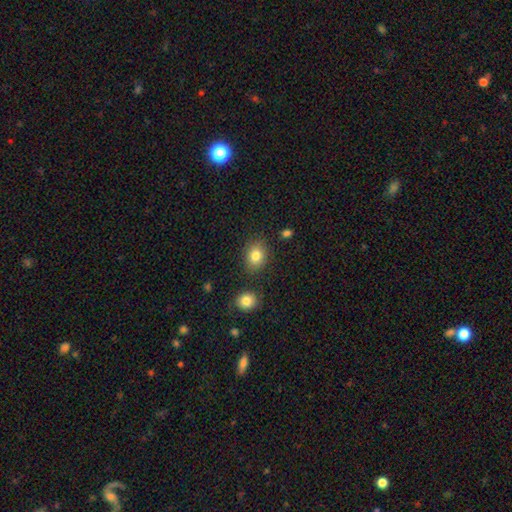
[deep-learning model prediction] This appears to be a smooth galaxy with no disk features (82%) that is in between round and cigar-shaped (53%). Merging: none (83%).